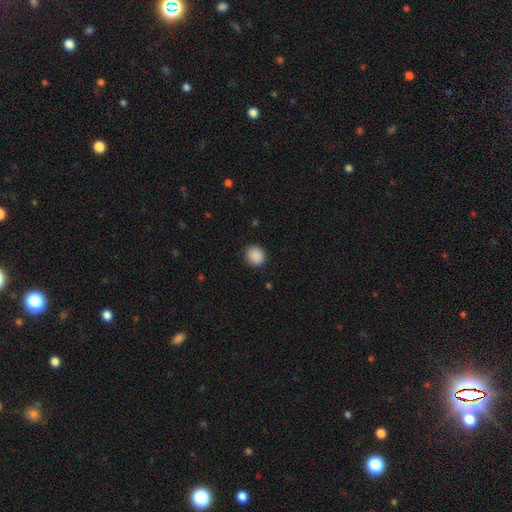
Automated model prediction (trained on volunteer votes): smooth-or-featured: smooth: 89% | star or artifact: 8% | featured or disk: 2%
  how-rounded: round: 80% | in between: 19% | cigar-shaped: 1%
  merging: none: 88% | minor disturbance: 9% | major disturbance: 2% | merger: 1%